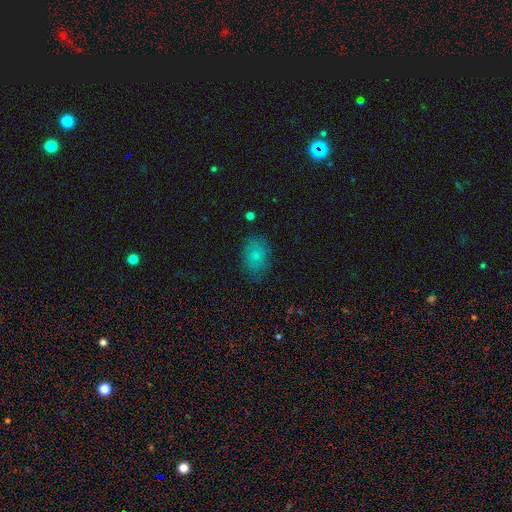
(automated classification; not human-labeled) This is likely a smooth galaxy (79%). How rounded: clearly in between (85%). Merging: likely none (77%).